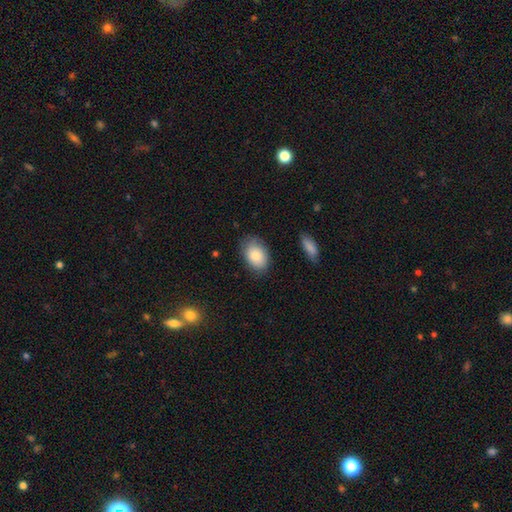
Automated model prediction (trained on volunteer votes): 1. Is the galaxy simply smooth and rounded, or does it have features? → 83% smooth, 10% featured or disk, 7% star or artifact.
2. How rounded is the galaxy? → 88% in between, 11% round, 1% cigar-shaped.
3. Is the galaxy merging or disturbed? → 79% none, 16% minor disturbance, 3% major disturbance, 2% merger.